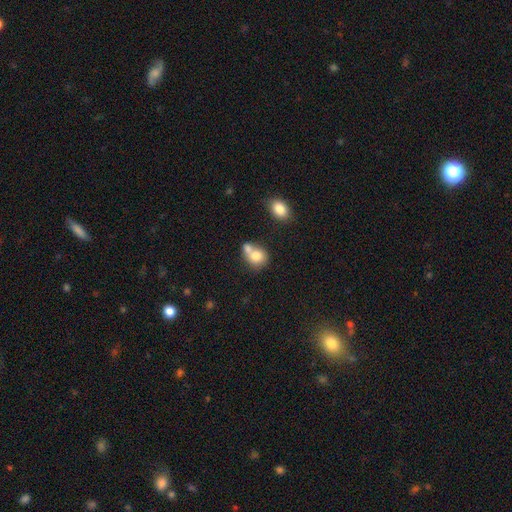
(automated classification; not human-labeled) A smooth galaxy with no disk features (77%) that is round (66%). Merging: merger (56%).